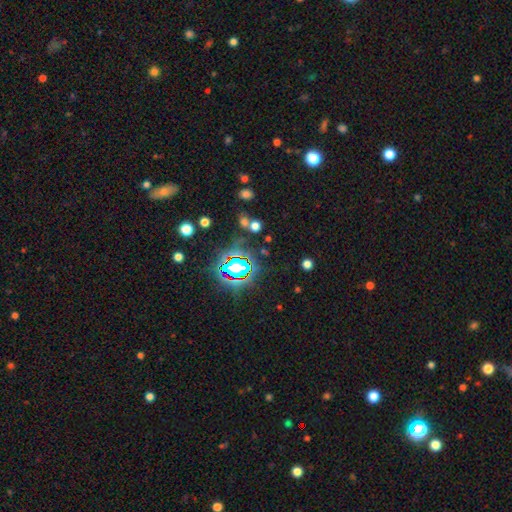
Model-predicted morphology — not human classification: Smooth or featured? Predicted: star or artifact (p=0.81).